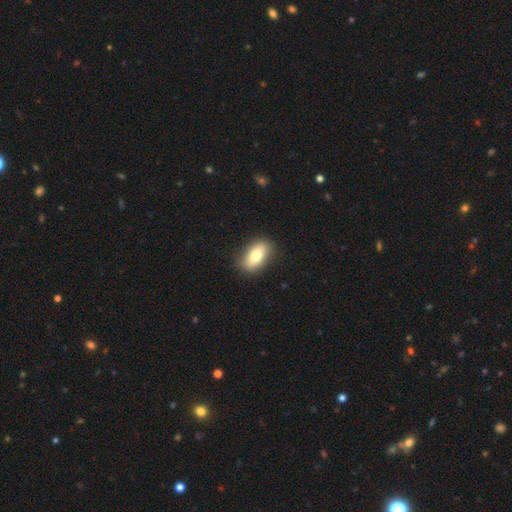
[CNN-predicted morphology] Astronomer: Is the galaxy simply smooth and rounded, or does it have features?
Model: smooth — 75%.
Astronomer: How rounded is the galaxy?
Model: in between — 87%.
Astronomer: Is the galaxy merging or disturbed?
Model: none — 87%.